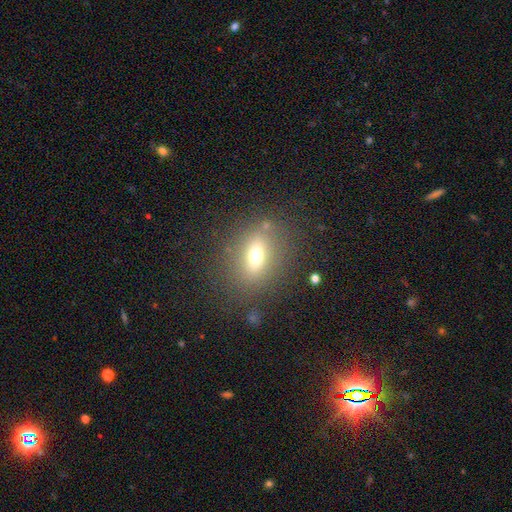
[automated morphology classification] Smooth or featured? smooth (62%)
How rounded? in between (68%)
Merging? none (80%)